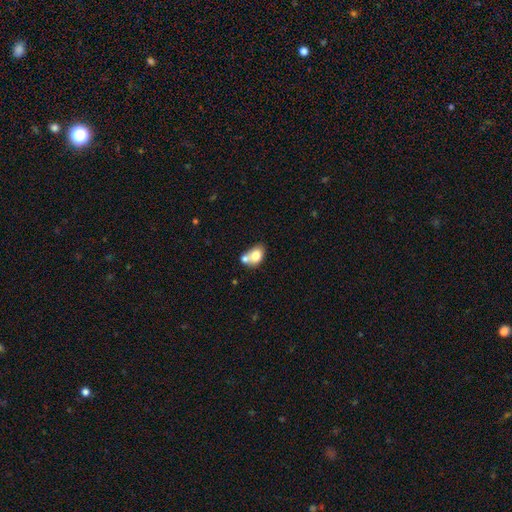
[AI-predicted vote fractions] This appears to be a smooth galaxy with no disk features (72%) that is in between round and cigar-shaped (72%). Merging: merger (49%).